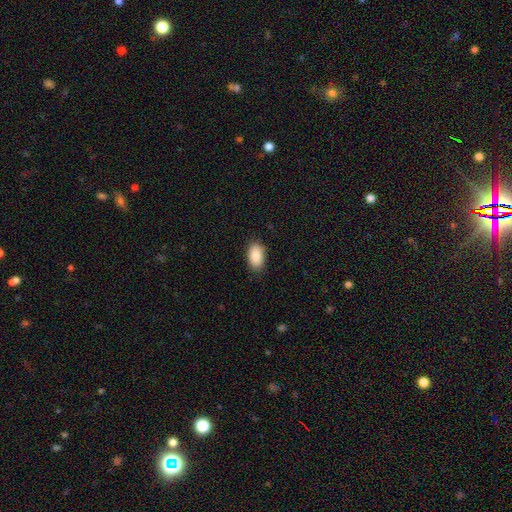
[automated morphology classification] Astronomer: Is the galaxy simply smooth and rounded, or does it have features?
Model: smooth — 90%.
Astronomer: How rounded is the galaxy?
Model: in between — 93%.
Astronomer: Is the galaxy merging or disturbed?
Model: none — 86%.